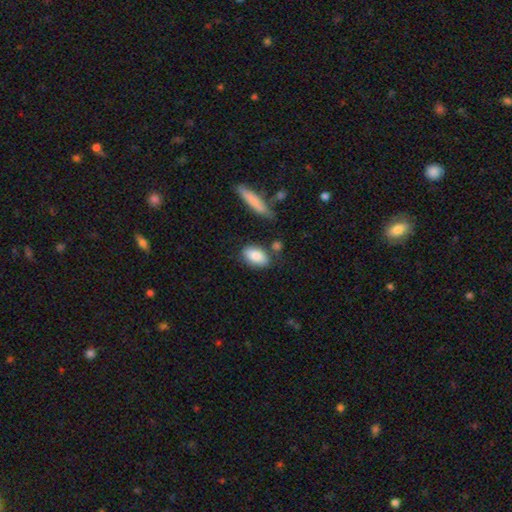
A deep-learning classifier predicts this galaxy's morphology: smooth_or_featured: smooth (p=0.86) [alt: featured or disk p=0.08]
how_rounded: in between (p=0.90) [alt: round p=0.05]
merging: none (p=0.73) [alt: minor disturbance p=0.15]